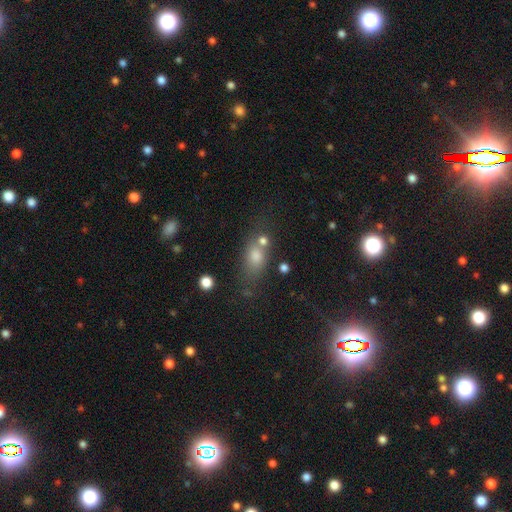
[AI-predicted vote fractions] A smooth galaxy with no disk features (69%) that is in between round and cigar-shaped (66%).

Vote fractions:
- Smooth or featured? smooth: 69% / star or artifact: 17% / featured or disk: 14%
- How rounded? in between: 66% / round: 24% / cigar-shaped: 10%
- Merging? none: 55% / merger: 22% / minor disturbance: 15% / major disturbance: 7%